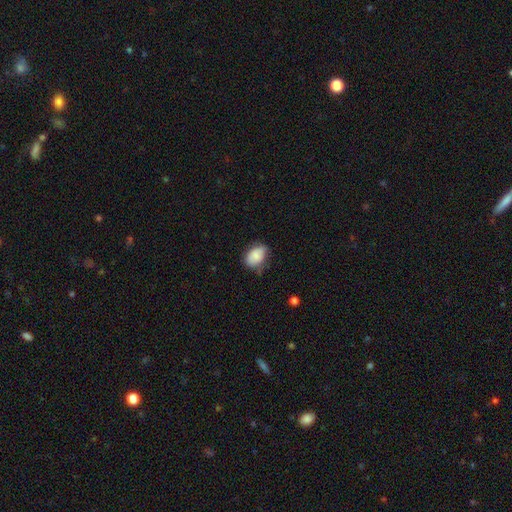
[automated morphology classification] Q: Smooth or featured?
A: smooth (81%); runner-up: featured or disk (12%)
Q: How rounded?
A: in between (81%); runner-up: round (18%)
Q: Merging?
A: none (58%); runner-up: minor disturbance (32%)